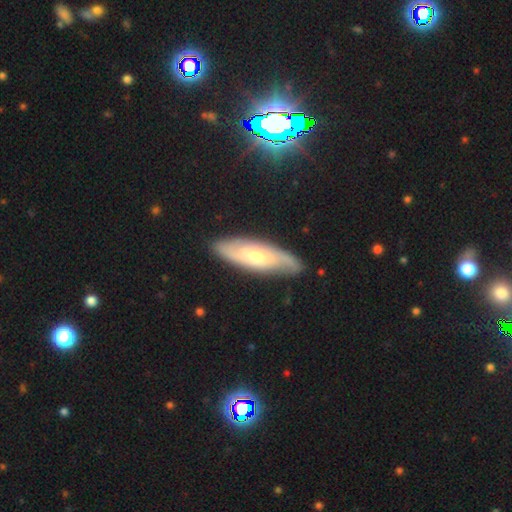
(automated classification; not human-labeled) A featured or disk galaxy (59%).

Vote fractions:
- Smooth or featured? featured or disk: 59% / smooth: 35% / star or artifact: 6%
- Edge-on disk? no: 74% / yes: 26%
- Merging? none: 84% / minor disturbance: 12% / major disturbance: 3% / merger: 1%